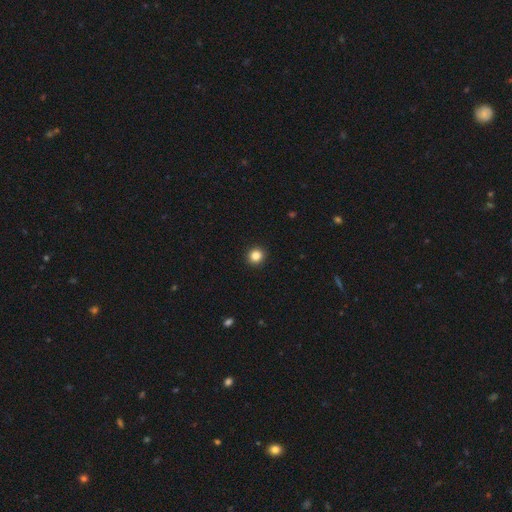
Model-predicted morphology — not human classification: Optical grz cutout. It shows a smooth galaxy with no disk features (85%) that is round (91%). Merging: none (93%).